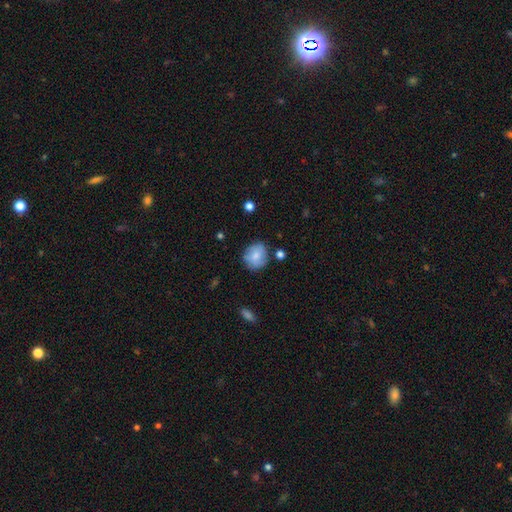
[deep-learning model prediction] Overall: smooth (73%). How rounded: round (75%). Merging: none (73%).